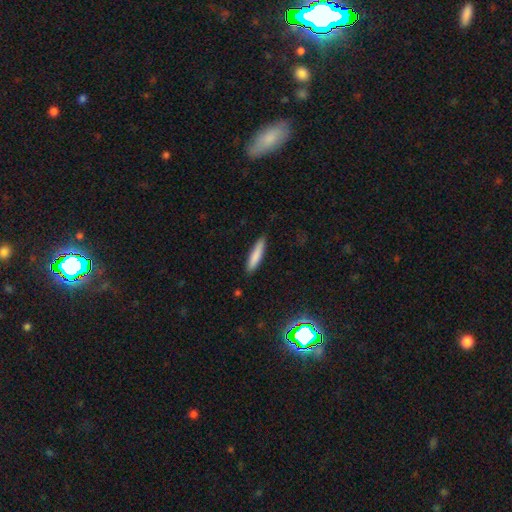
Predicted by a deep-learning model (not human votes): This is clearly a smooth galaxy (83%). How rounded: clearly cigar-shaped (84%). Merging: clearly none (88%).